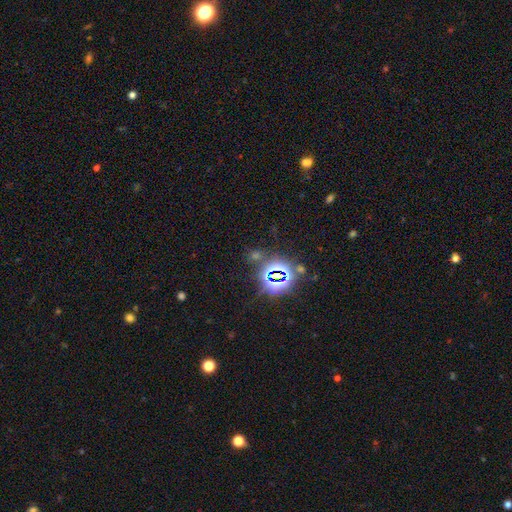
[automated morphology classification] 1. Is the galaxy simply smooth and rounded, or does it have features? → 76% star or artifact, 17% smooth, 7% featured or disk.